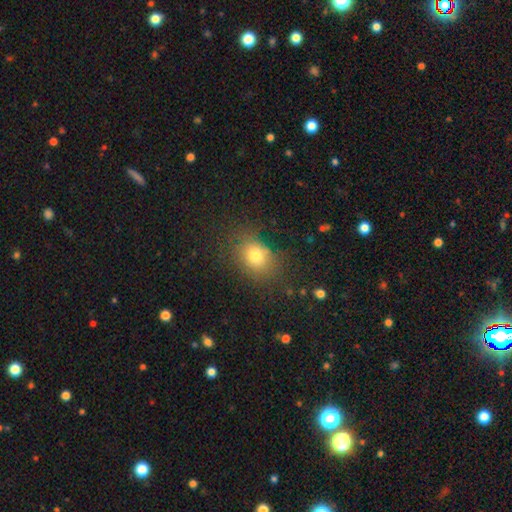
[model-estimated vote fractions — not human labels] The model was most divided on "how rounded": in between: 52%, round: 47%, cigar-shaped: 1%. More confident: smooth or featured — smooth (76%); merging — none (74%).